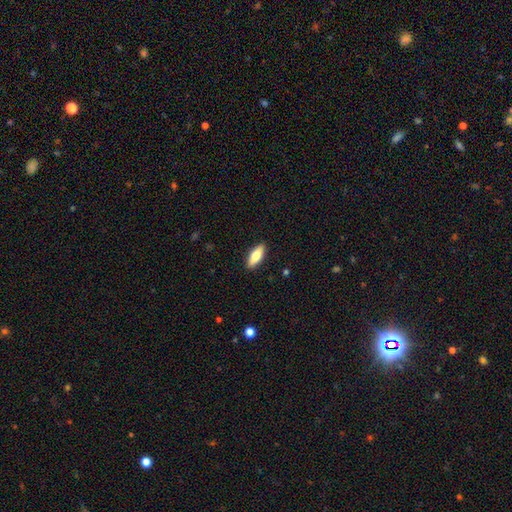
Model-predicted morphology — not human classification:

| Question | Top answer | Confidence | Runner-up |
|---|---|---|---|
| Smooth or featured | smooth | 73% | featured or disk (21%) |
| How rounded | in between | 70% | cigar-shaped (28%) |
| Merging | none | 90% | minor disturbance (8%) |